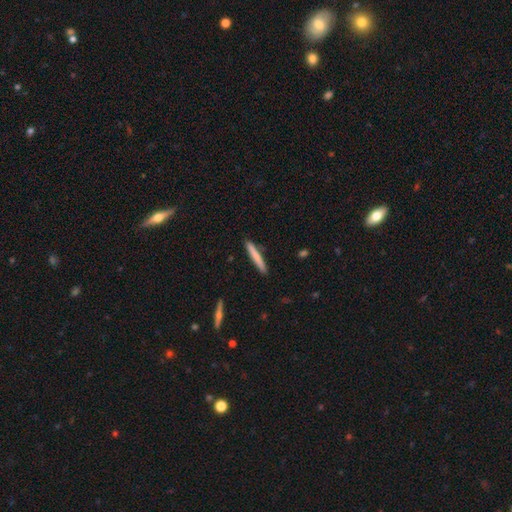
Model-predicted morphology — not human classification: Smooth or featured: smooth — 73% (featured or disk — 21%)
How rounded: cigar-shaped — 96% (in between — 3%)
Merging: none — 89% (minor disturbance — 8%)